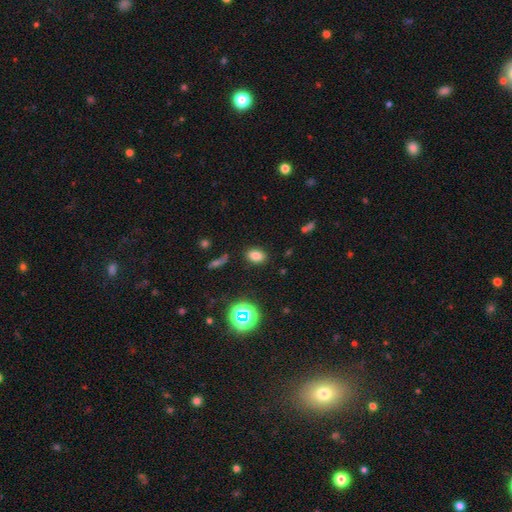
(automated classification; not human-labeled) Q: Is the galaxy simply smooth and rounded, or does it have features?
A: smooth — 77%.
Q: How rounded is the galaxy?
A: in between — 79%.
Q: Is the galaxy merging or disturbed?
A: none — 86%.